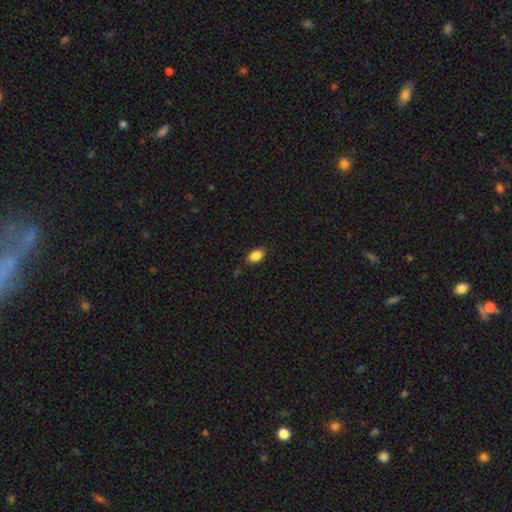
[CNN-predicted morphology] Smooth or featured?
  - smooth: 87% *
  - star or artifact: 8%
  - featured or disk: 5%
How rounded?
  - in between: 89% *
  - round: 9%
  - cigar-shaped: 2%
Merging?
  - none: 83% *
  - minor disturbance: 13%
  - major disturbance: 3%
  - merger: 1%